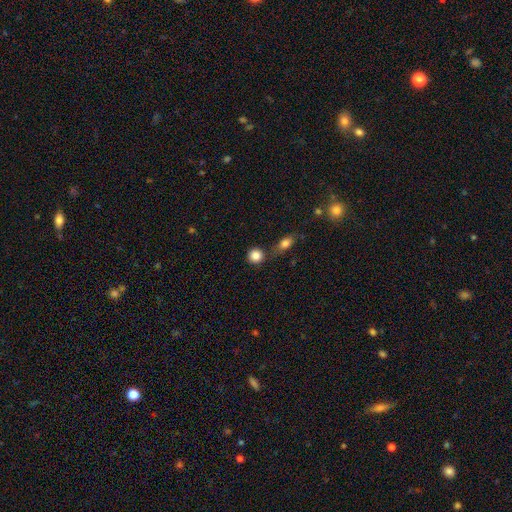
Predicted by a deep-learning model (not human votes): Q: Smooth or featured?
A: smooth (85%); runner-up: star or artifact (10%)
Q: How rounded?
A: round (89%); runner-up: in between (10%)
Q: Merging?
A: none (70%); runner-up: merger (15%)